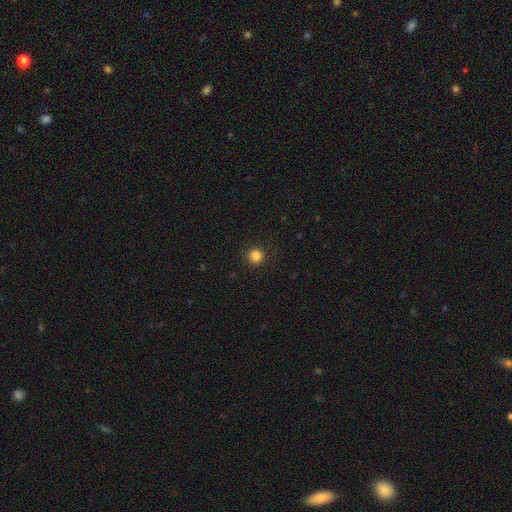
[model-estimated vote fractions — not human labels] Smooth or featured: smooth — 84% (star or artifact — 12%)
How rounded: round — 95% (in between — 4%)
Merging: none — 91% (minor disturbance — 6%)